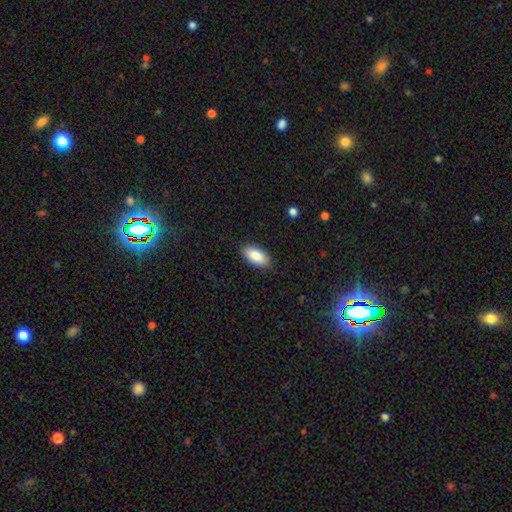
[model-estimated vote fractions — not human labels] Smooth or featured: smooth — 87% (featured or disk — 7%)
How rounded: in between — 91% (cigar-shaped — 7%)
Merging: none — 89% (minor disturbance — 8%)